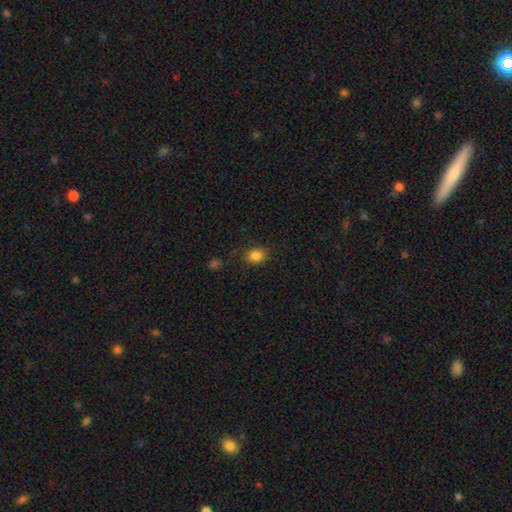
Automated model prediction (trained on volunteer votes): Morphology: type=smooth (84%); roundness=in between (51%); merging=none (82%).